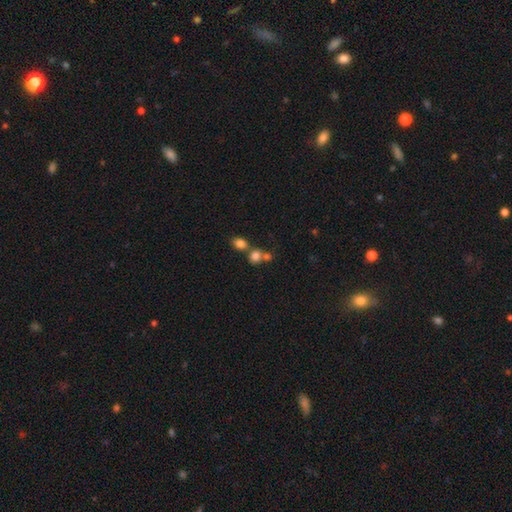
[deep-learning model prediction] Q: Smooth or featured?
A: smooth (78%); runner-up: star or artifact (13%)
Q: How rounded?
A: round (69%); runner-up: in between (30%)
Q: Merging?
A: merger (46%); runner-up: none (42%)